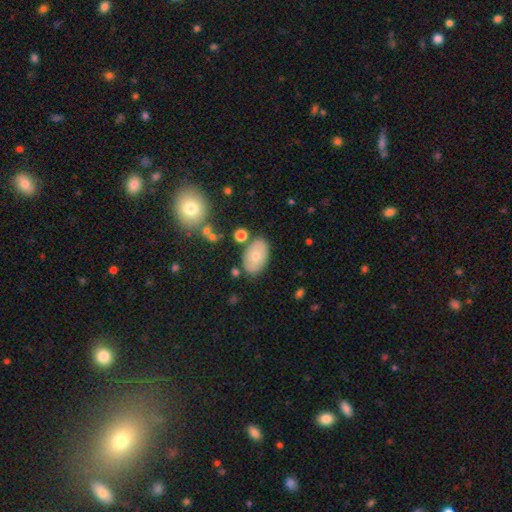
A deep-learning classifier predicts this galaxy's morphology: Smooth or featured: smooth — 66% (featured or disk — 27%)
How rounded: in between — 90% (round — 9%)
Merging: none — 79% (minor disturbance — 13%)